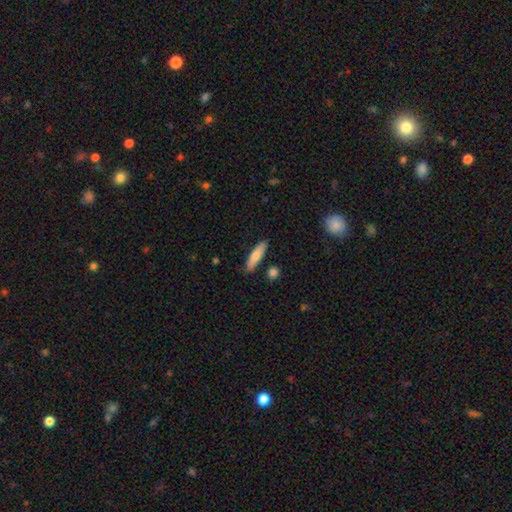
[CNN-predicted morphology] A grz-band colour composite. It shows a smooth galaxy with no disk features (77%) that is cigar-shaped (70%). Merging: none (85%).